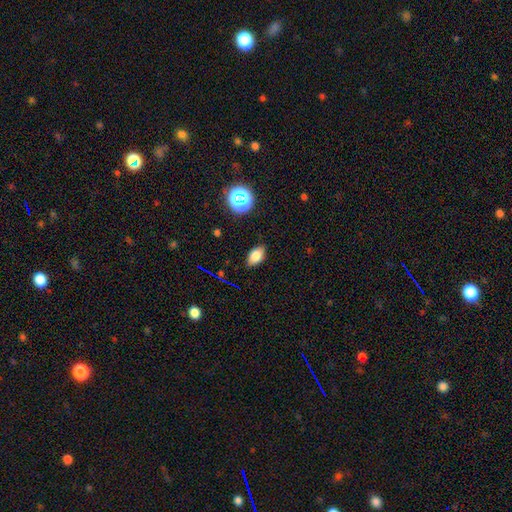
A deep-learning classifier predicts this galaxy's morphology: smooth-or-featured: smooth: 79% | star or artifact: 12% | featured or disk: 9%
  how-rounded: in between: 89% | round: 8% | cigar-shaped: 3%
  merging: none: 86% | minor disturbance: 10% | major disturbance: 2% | merger: 1%